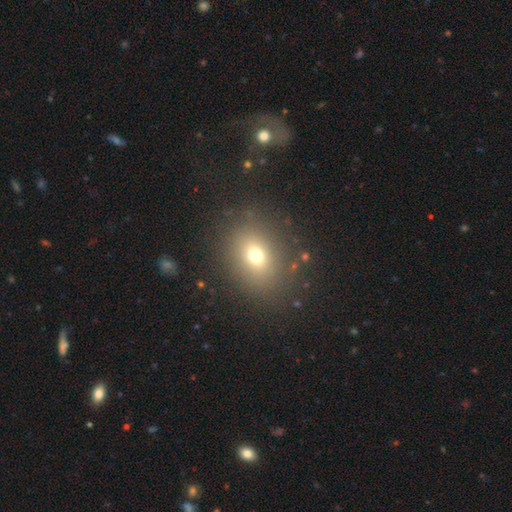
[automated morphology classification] type=smooth (69%); roundness=in between (55%); merging=none (83%).